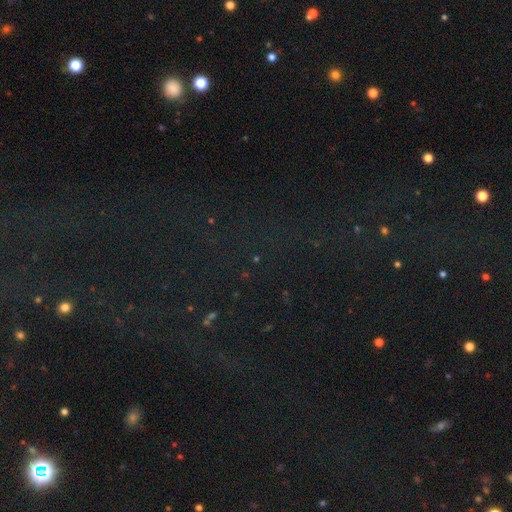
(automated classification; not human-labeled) Smooth or featured? star or artifact (76%)